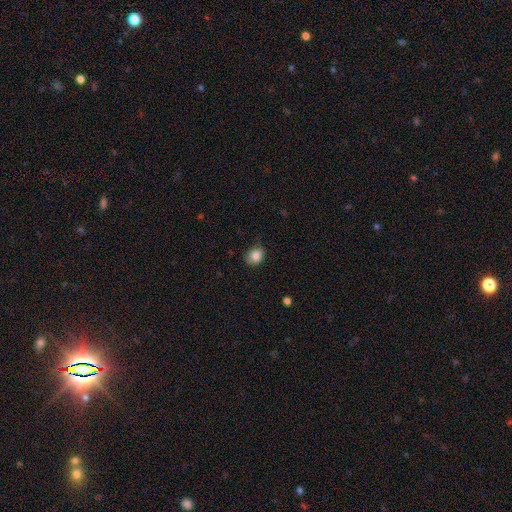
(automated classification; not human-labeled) Overall: smooth (85%). How rounded: round (55%; in between 44%). Merging: none (70%).